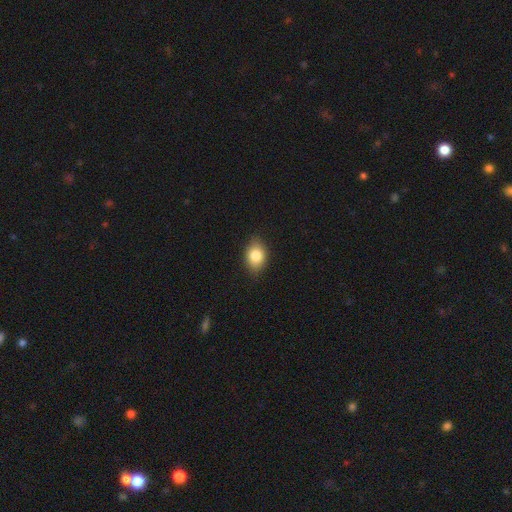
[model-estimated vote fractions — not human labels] Overall: smooth (82%). How rounded: in between (74%). Merging: none (85%).